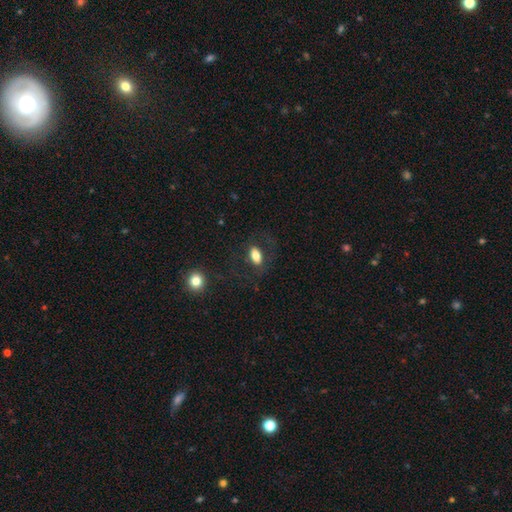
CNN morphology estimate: Overall: smooth (76%). How rounded: in between (89%). Merging: none (76%).